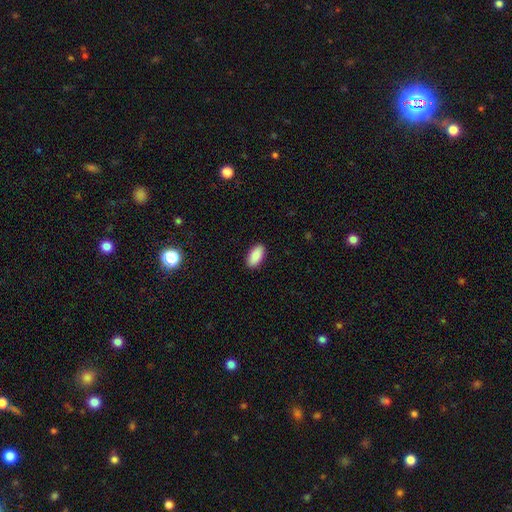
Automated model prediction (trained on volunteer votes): A smooth galaxy with no disk features (90%) that is in between round and cigar-shaped (94%). Merging: none (90%).